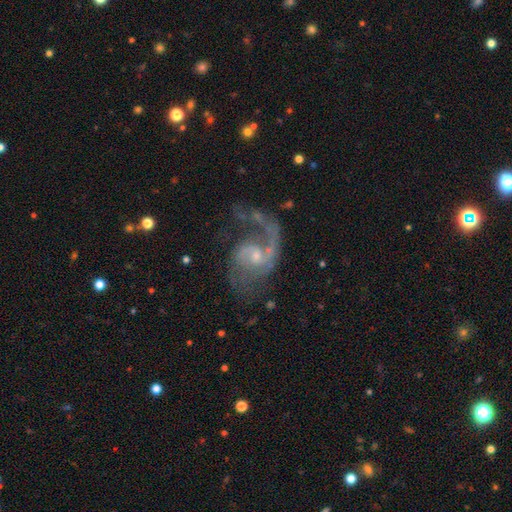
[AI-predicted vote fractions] Smooth or featured? Predicted: featured or disk (p=0.89). Edge-on disk? Predicted: no (p=0.98). Bar? Predicted: no (p=0.55). Spiral arms? Predicted: yes (p=0.96). Spiral winding? Predicted: loose (p=0.48). Spiral arm count? Predicted: 2 (p=0.67). Bulge size? Predicted: small (p=0.60). Merging? Predicted: none (p=0.49).